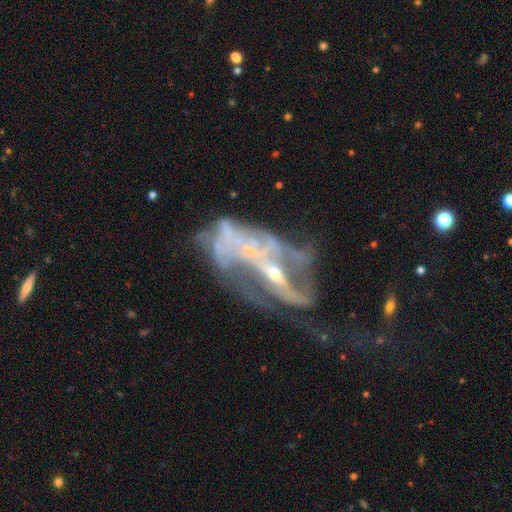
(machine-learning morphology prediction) Smooth or featured? Predicted: featured or disk (p=0.78). Edge-on disk? Predicted: no (p=0.91). Bar? Predicted: no (p=0.53). Spiral arms? Predicted: yes (p=0.56). Bulge size? Predicted: small (p=0.59). Merging? Predicted: major disturbance (p=0.45).